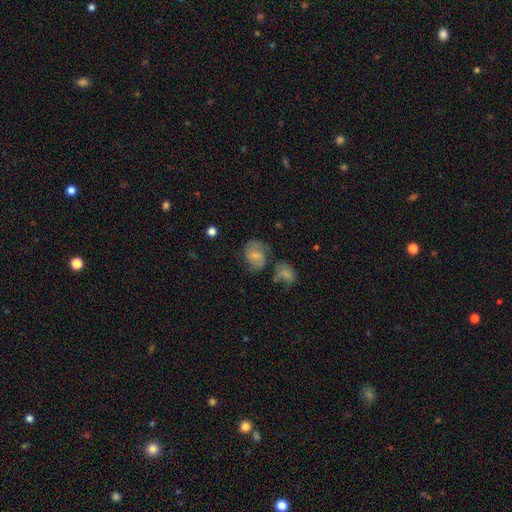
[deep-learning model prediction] smooth 48%, featured or disk 42%, star or artifact 9%. Down the decision tree: merging — none (42%).